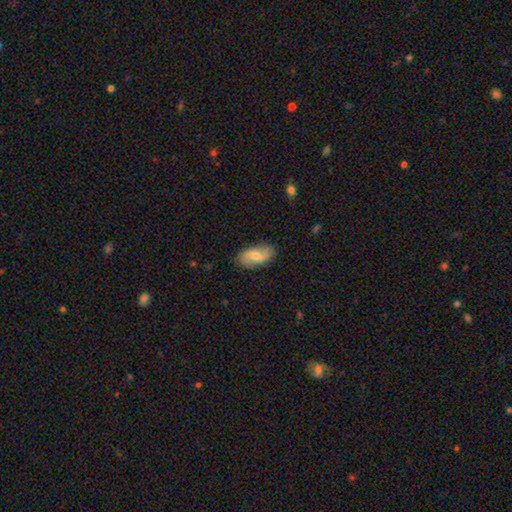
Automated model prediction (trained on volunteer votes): A featured or disk galaxy (50%). Merging: none (82%).